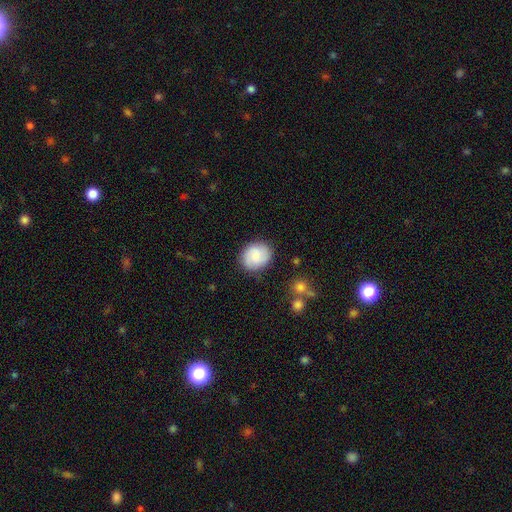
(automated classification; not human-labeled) The model was most divided on "how rounded": round: 64%, in between: 36%, cigar-shaped: 1%. More confident: merging — none (83%); smooth or featured — smooth (69%).